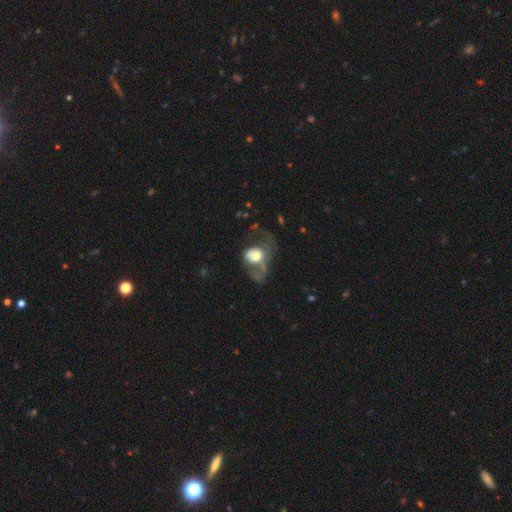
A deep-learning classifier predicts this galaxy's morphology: A smooth galaxy with no disk features (50%) that is in between round and cigar-shaped (51%).

Vote fractions:
- Smooth or featured? smooth: 50% / featured or disk: 42% / star or artifact: 8%
- How rounded? in between: 51% / round: 48% / cigar-shaped: 1%
- Merging? major disturbance: 65% / none: 15% / minor disturbance: 14% / merger: 7%